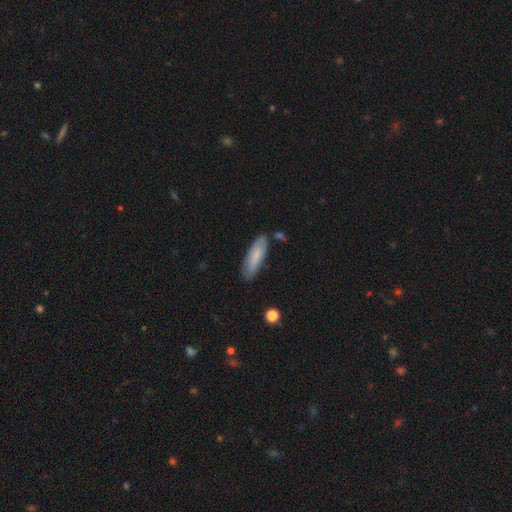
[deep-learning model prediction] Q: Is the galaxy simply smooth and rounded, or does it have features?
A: smooth — 77%.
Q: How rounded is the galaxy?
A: cigar-shaped — 50%.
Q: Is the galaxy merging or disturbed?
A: none — 80%.